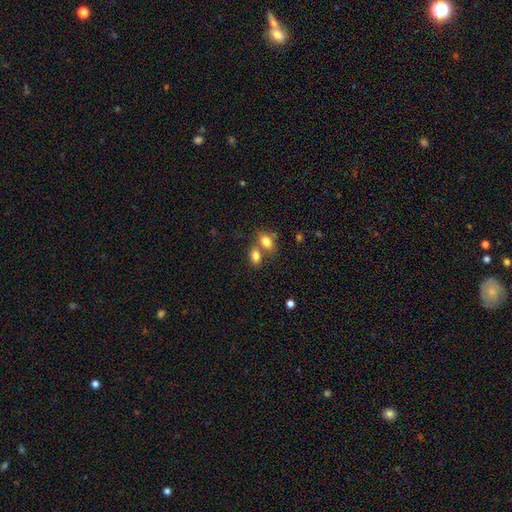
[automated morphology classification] This appears to be a smooth galaxy with no disk features (81%) that is in between round and cigar-shaped (82%). Merging: merger (45%).